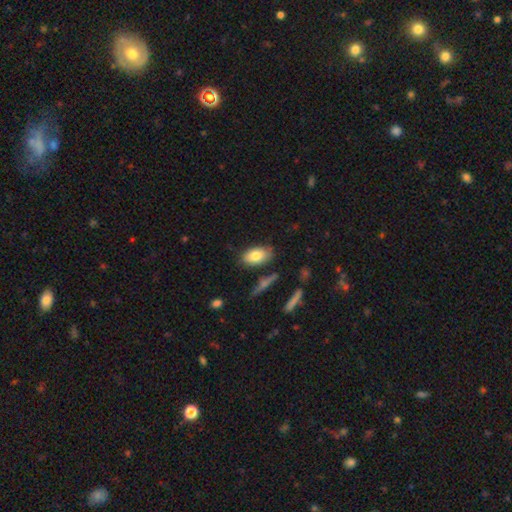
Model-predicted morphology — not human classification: Smooth or featured? smooth (78%)
How rounded? in between (91%)
Merging? none (75%)